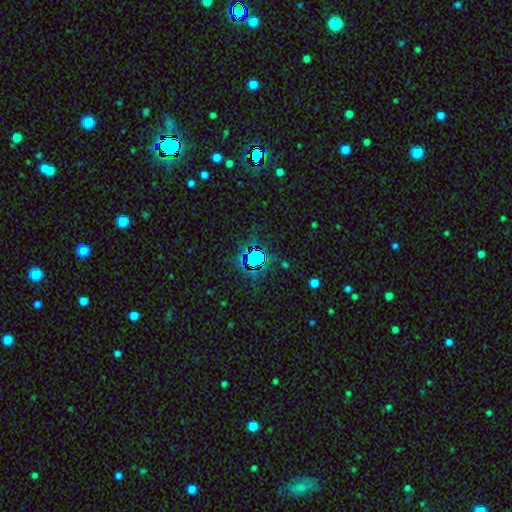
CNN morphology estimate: This is likely a star or artifact rather than a galaxy (71%).